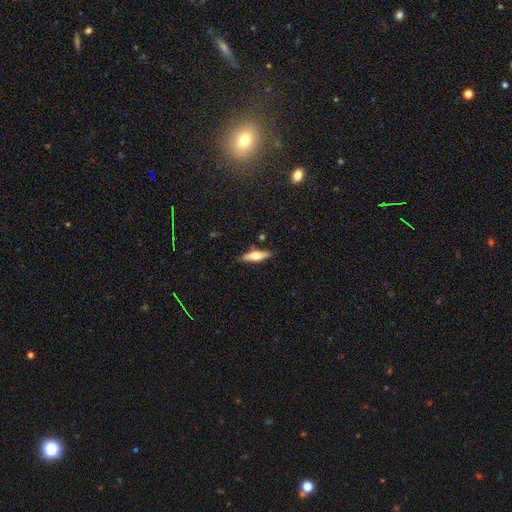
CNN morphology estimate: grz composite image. It shows a smooth galaxy with no disk features (50%) that is cigar-shaped (61%). Merging: none (83%).